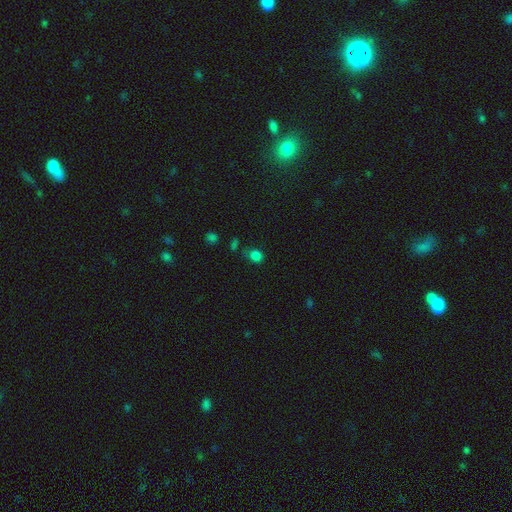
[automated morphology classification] Smooth or featured?
  - smooth: 78% *
  - star or artifact: 18%
  - featured or disk: 4%
How rounded?
  - round: 60% *
  - in between: 39%
  - cigar-shaped: 1%
Merging?
  - none: 66% *
  - minor disturbance: 19%
  - merger: 8%
  - major disturbance: 7%